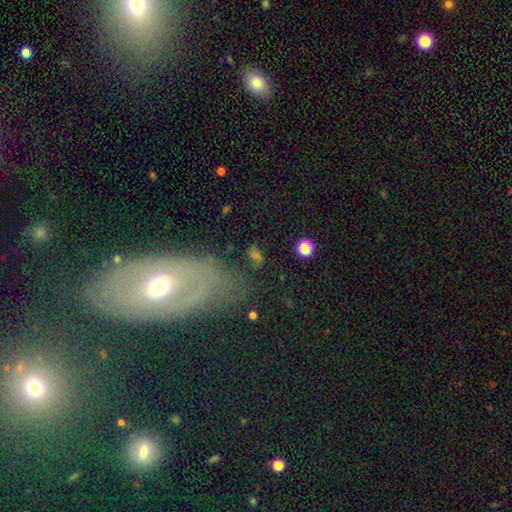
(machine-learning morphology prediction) type=smooth (54%); roundness=in between (69%); merging=none (62%).